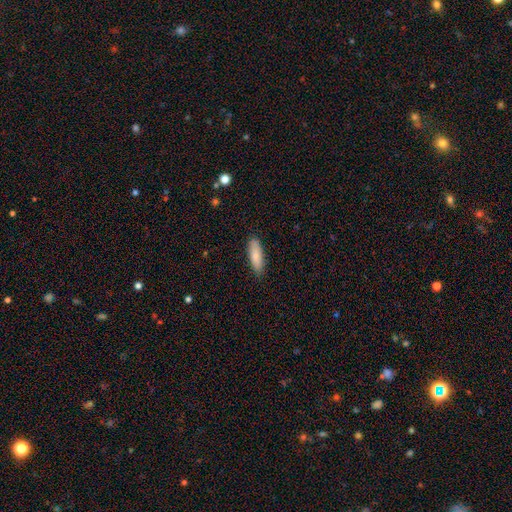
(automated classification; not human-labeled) Q: Smooth or featured?
A: smooth (83%); runner-up: featured or disk (11%)
Q: How rounded?
A: in between (57%); runner-up: cigar-shaped (41%)
Q: Merging?
A: none (85%); runner-up: minor disturbance (11%)